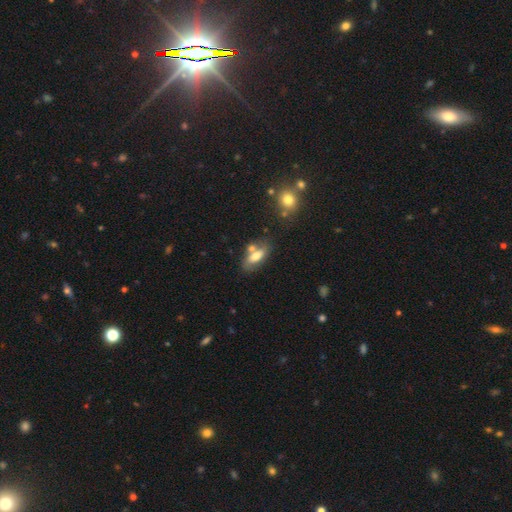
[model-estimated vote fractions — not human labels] Morphology: type=smooth (60%); roundness=in between (79%); merging=none (53%).